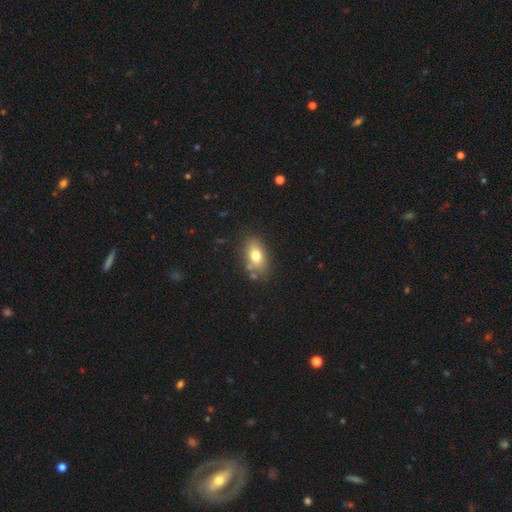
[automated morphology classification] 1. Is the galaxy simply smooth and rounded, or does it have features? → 74% smooth, 17% featured or disk, 9% star or artifact.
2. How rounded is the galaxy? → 86% in between, 10% round, 4% cigar-shaped.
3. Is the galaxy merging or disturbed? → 75% none, 16% minor disturbance, 6% merger, 4% major disturbance.